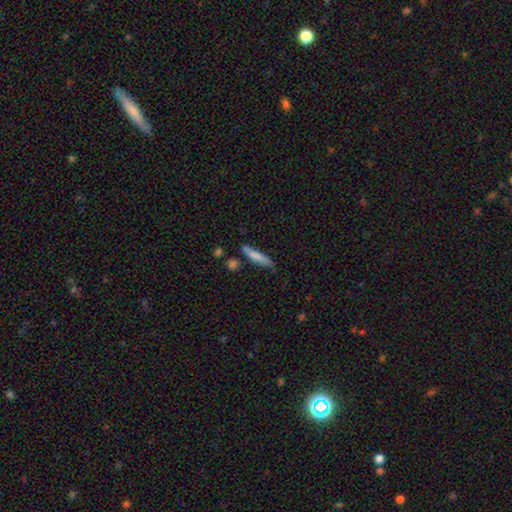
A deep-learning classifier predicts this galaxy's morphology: type=smooth (74%); roundness=cigar-shaped (86%); merging=none (63%).